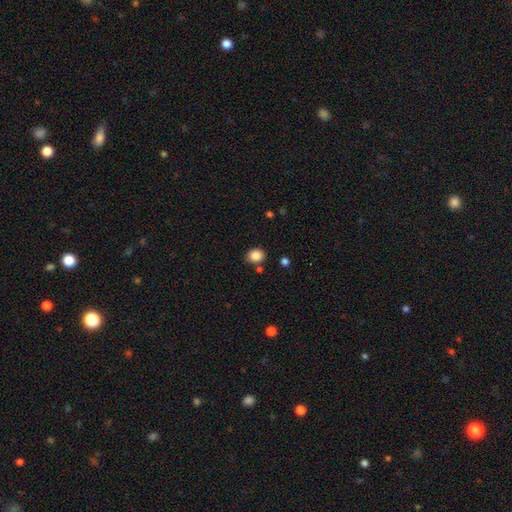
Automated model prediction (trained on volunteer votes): A smooth galaxy with no disk features (86%) that is round (59%). Merging: none (79%).